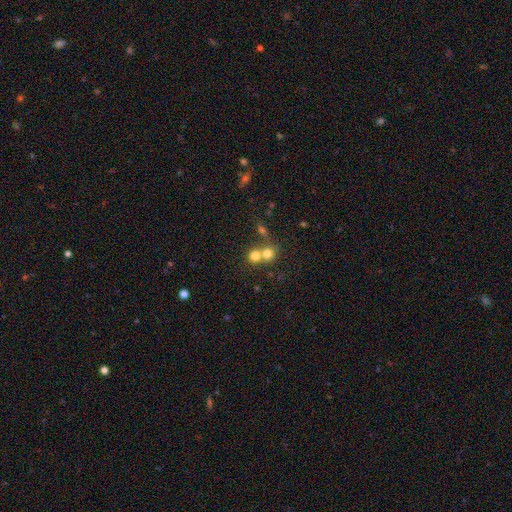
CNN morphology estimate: smooth 74%, star or artifact 14%, featured or disk 12%. Down the decision tree: how rounded — round (86%); merging — merger (52%).